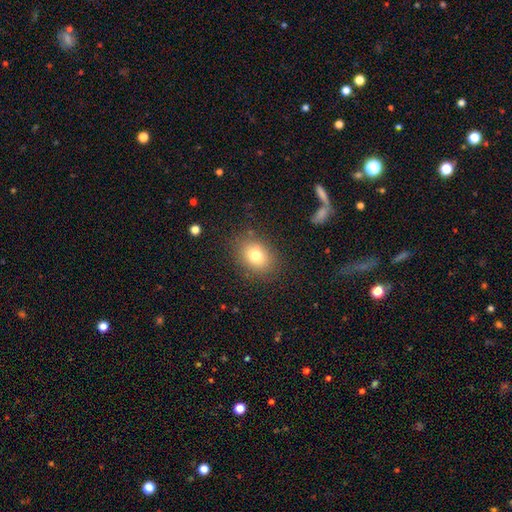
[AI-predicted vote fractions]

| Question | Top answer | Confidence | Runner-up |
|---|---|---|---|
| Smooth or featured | smooth | 78% | star or artifact (11%) |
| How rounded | in between | 62% | round (37%) |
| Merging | none | 83% | minor disturbance (11%) |